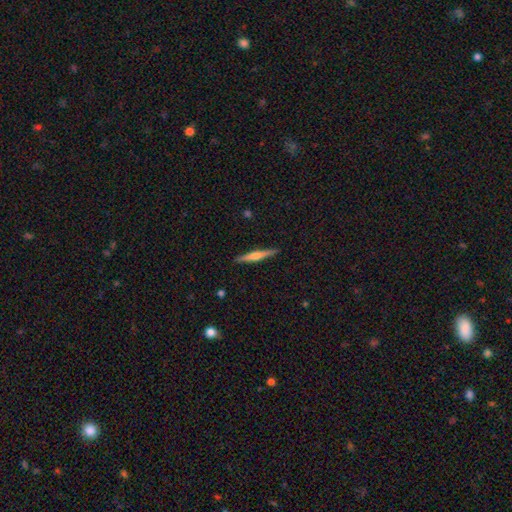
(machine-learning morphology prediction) This appears to be a featured or disk galaxy (57%) viewed edge-on (98%) with a rounded central bulge (76%). Merging: none (91%).